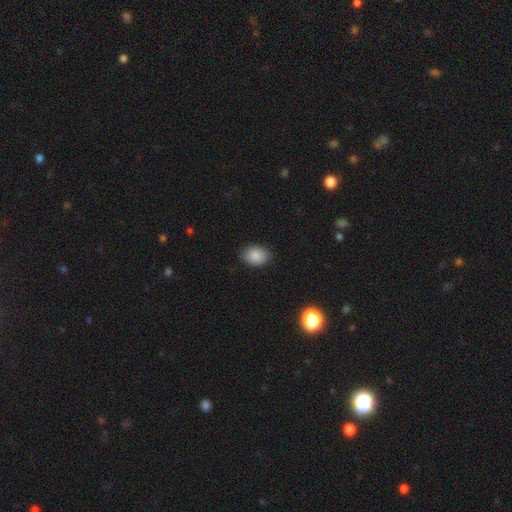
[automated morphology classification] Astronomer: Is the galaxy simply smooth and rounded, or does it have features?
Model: smooth — 87%.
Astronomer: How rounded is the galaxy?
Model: in between — 76%.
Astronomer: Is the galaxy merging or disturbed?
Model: none — 85%.